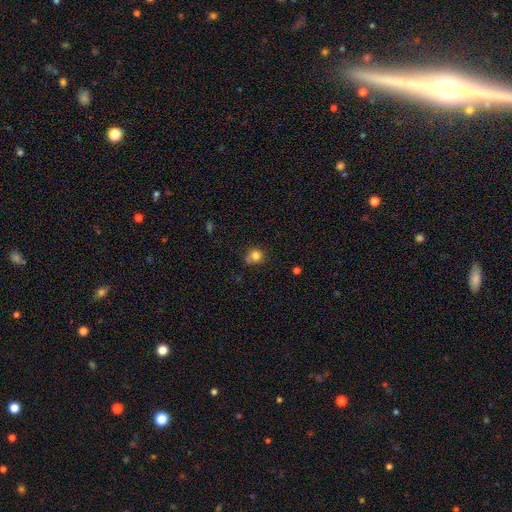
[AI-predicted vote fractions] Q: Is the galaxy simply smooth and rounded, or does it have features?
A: smooth — 81%.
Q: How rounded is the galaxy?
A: round — 79%.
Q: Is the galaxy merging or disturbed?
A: none — 62%.